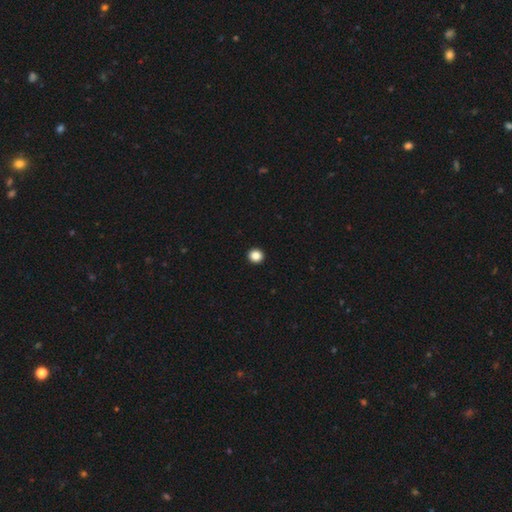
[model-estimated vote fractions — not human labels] A smooth galaxy with no disk features (86%) that is round (94%).

Vote fractions:
- Smooth or featured? smooth: 86% / star or artifact: 10% / featured or disk: 3%
- How rounded? round: 94% / in between: 5% / cigar-shaped: 1%
- Merging? none: 95% / minor disturbance: 3% / major disturbance: 1% / merger: 1%